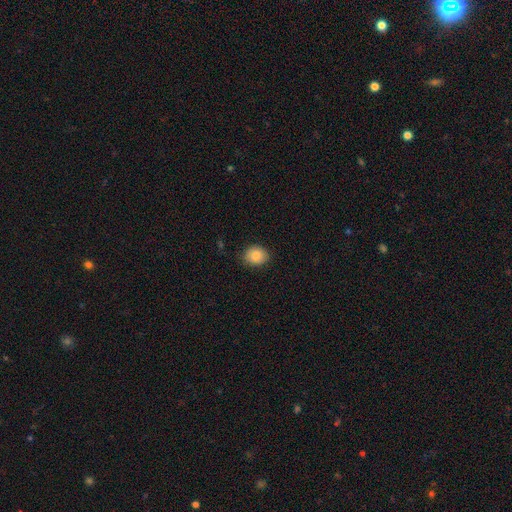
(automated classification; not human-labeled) smooth 84%, star or artifact 8%, featured or disk 7%. Down the decision tree: how rounded — round (57%); merging — none (83%).